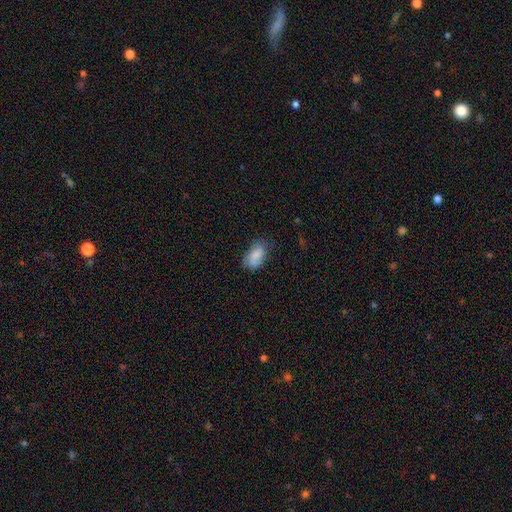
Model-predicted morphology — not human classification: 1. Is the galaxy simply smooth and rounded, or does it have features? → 73% smooth, 18% featured or disk, 8% star or artifact.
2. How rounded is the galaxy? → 91% in between, 6% round, 3% cigar-shaped.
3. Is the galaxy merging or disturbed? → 61% none, 27% minor disturbance, 9% major disturbance, 2% merger.